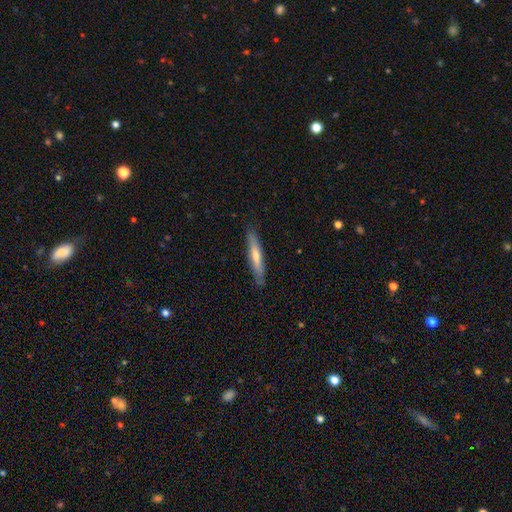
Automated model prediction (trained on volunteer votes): This is possibly a smooth galaxy (49%). Merging: clearly none (87%).